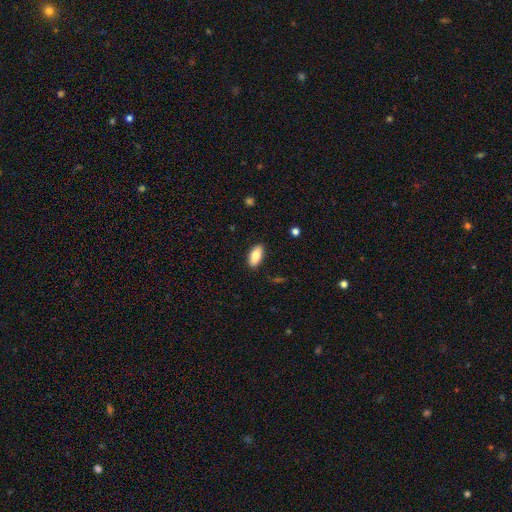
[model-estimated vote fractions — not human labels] smooth-or-featured: smooth: 83% | featured or disk: 10% | star or artifact: 7%
  how-rounded: in between: 89% | cigar-shaped: 8% | round: 2%
  merging: none: 88% | minor disturbance: 9% | major disturbance: 2% | merger: 1%